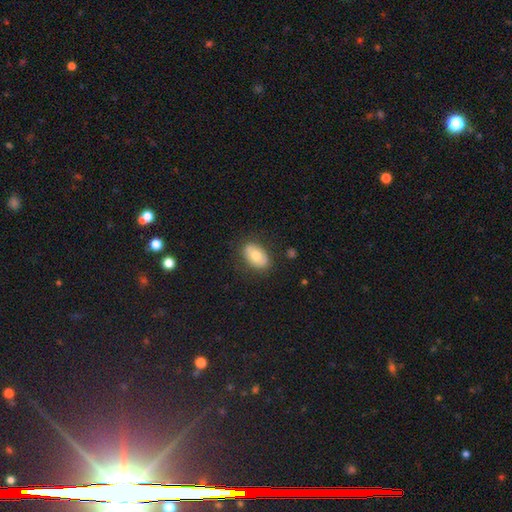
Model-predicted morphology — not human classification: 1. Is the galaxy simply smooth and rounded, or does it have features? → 71% smooth, 22% featured or disk, 7% star or artifact.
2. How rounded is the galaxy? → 88% in between, 10% round, 1% cigar-shaped.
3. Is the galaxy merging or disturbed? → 81% none, 14% minor disturbance, 4% major disturbance, 1% merger.